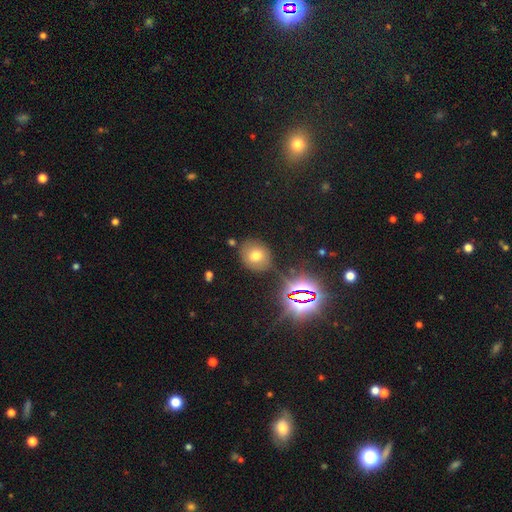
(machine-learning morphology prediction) smooth 67%, star or artifact 20%, featured or disk 13%. Down the decision tree: how rounded — round (76%); merging — none (79%).